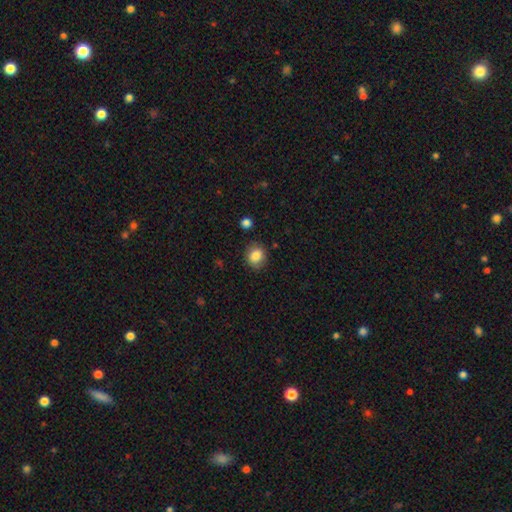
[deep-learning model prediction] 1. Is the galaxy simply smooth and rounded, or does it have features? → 84% smooth, 9% star or artifact, 6% featured or disk.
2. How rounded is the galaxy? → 71% round, 28% in between, 1% cigar-shaped.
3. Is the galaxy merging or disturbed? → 83% none, 11% minor disturbance, 3% major disturbance, 2% merger.